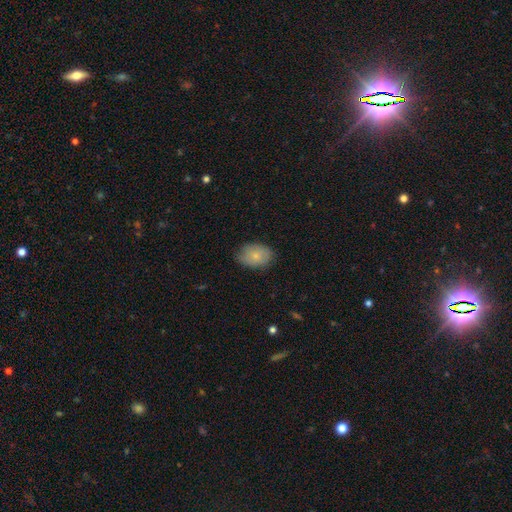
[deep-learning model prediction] This appears to be a smooth galaxy with no disk features (79%) that is in between round and cigar-shaped (79%). Merging: none (77%).